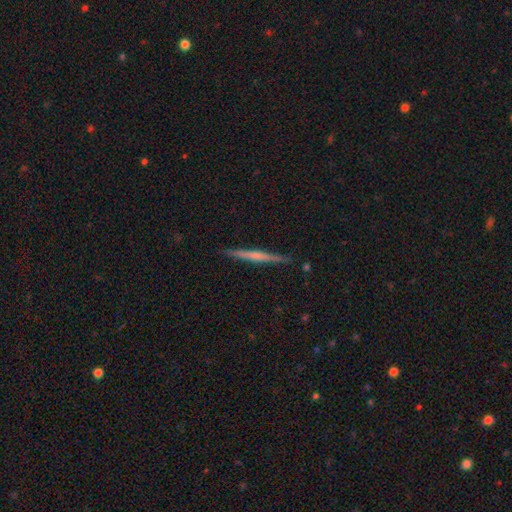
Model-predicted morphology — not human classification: Smooth or featured?
  - featured or disk: 57% *
  - smooth: 37%
  - star or artifact: 6%
Edge-on disk?
  - yes: 98% *
  - no: 2%
Edge-on bulge?
  - none: 59% *
  - rounded: 28%
  - boxy: 13%
Merging?
  - none: 90% *
  - minor disturbance: 7%
  - major disturbance: 1%
  - merger: 1%